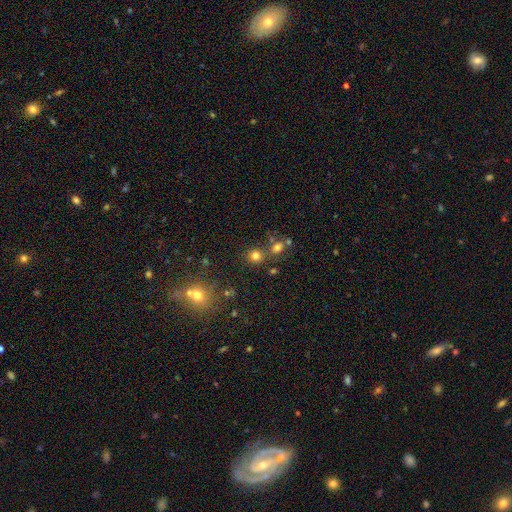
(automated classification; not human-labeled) The model was most divided on "smooth or featured": smooth: 75%, star or artifact: 18%, featured or disk: 7%. More confident: how rounded — round (87%); merging — none (73%).